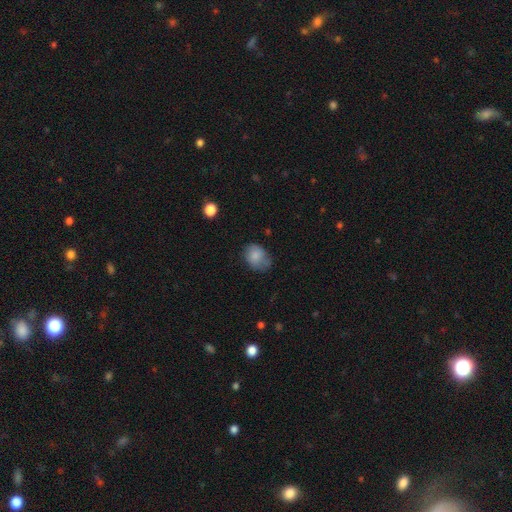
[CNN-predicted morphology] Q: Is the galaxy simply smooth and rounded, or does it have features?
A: smooth — 81%.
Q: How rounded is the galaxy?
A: in between — 58%.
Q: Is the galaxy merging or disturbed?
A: none — 52%.